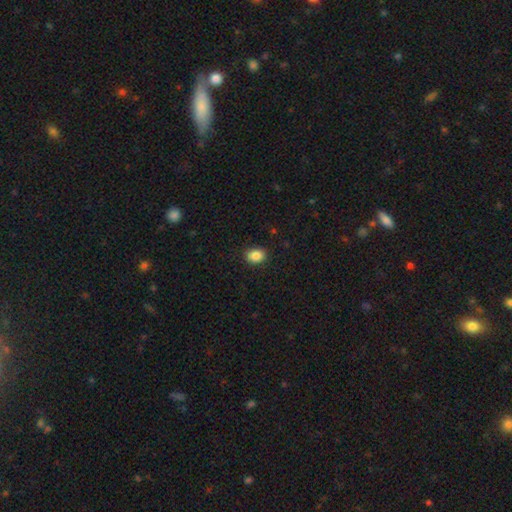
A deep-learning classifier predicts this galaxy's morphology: Smooth or featured?
  - smooth: 87% *
  - star or artifact: 9%
  - featured or disk: 4%
How rounded?
  - in between: 64% *
  - round: 36%
  - cigar-shaped: 1%
Merging?
  - none: 88% *
  - minor disturbance: 9%
  - major disturbance: 2%
  - merger: 1%